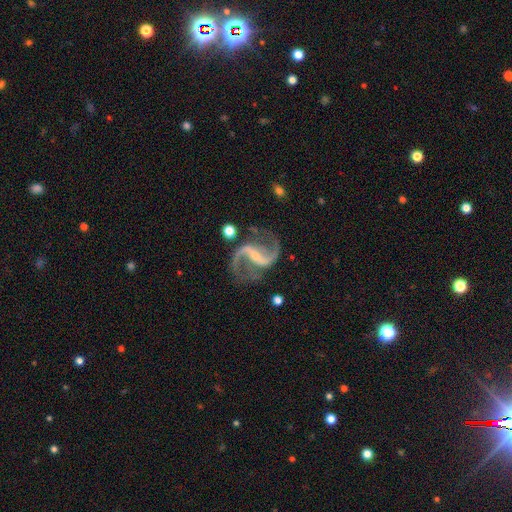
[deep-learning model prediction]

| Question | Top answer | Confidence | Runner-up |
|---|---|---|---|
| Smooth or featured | featured or disk | 93% | star or artifact (5%) |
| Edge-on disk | no | 98% | yes (2%) |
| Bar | strong | 51% | weak (36%) |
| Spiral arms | yes | 98% | no (2%) |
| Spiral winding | loose | 51% | medium (41%) |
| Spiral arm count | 2 | 94% | can't tell (1%) |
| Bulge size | small | 62% | none (20%) |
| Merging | none | 74% | minor disturbance (14%) |